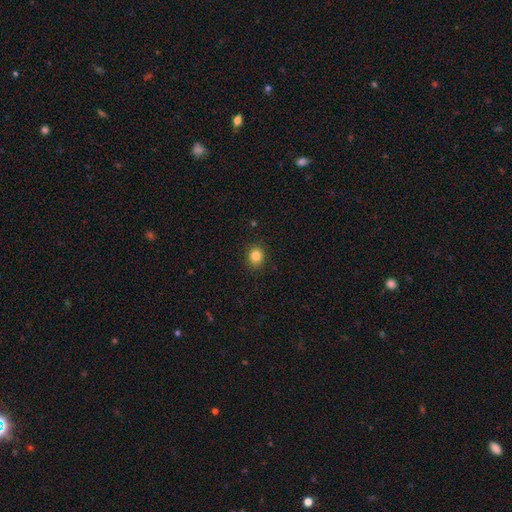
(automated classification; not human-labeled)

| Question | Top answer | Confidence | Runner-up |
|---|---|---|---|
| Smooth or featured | smooth | 84% | star or artifact (11%) |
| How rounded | round | 72% | in between (27%) |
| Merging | none | 89% | minor disturbance (8%) |